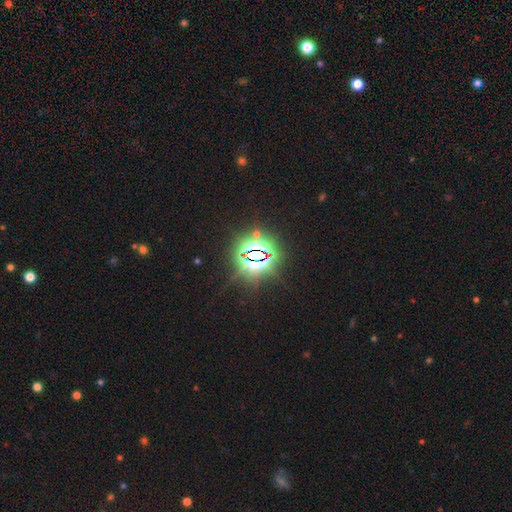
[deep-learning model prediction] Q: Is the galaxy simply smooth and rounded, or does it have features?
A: star or artifact — 83%.